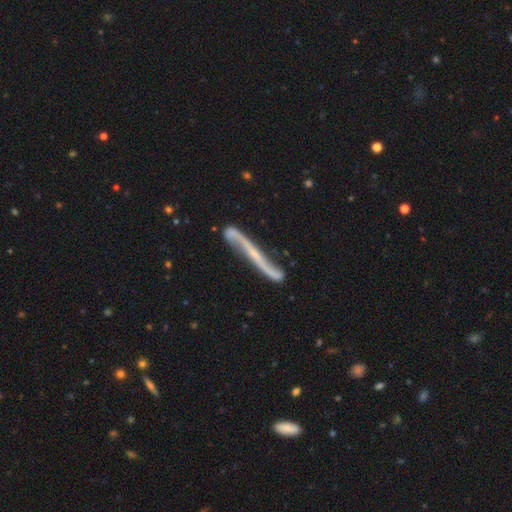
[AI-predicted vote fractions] smooth-or-featured: featured or disk: 72% | smooth: 21% | star or artifact: 8%
  disk-edge-on: yes: 70% | no: 30%
    edge-on-bulge: none: 70% | rounded: 22% | boxy: 8%
  merging: none: 62% | minor disturbance: 24% | major disturbance: 8% | merger: 6%